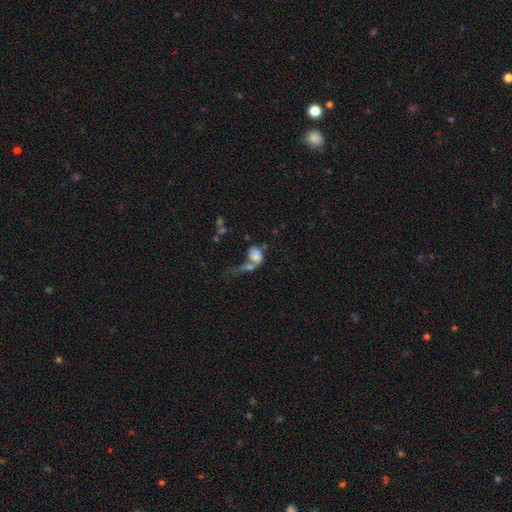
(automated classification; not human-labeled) Smooth or featured? smooth (63%)
How rounded? in between (73%)
Merging? merger (51%)